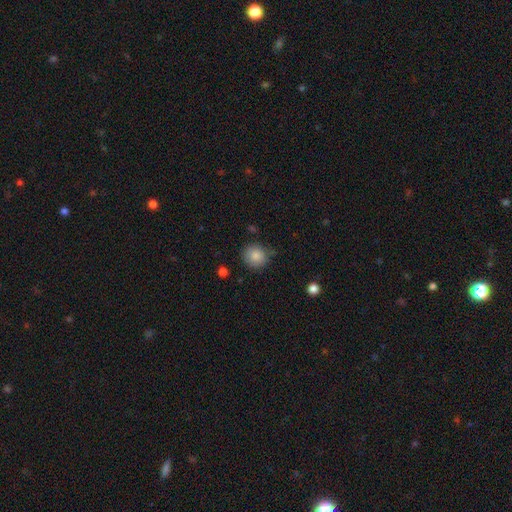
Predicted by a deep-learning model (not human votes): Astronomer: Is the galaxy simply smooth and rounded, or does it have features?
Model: smooth — 85%.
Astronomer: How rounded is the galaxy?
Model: round — 87%.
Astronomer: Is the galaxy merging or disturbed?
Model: none — 80%.